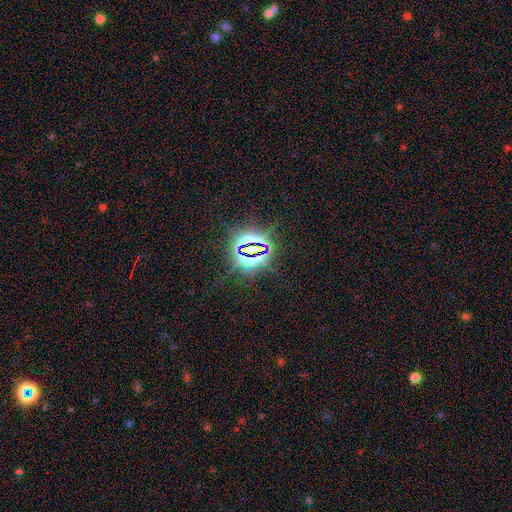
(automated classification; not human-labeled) Morphology: type=star or artifact (82%).